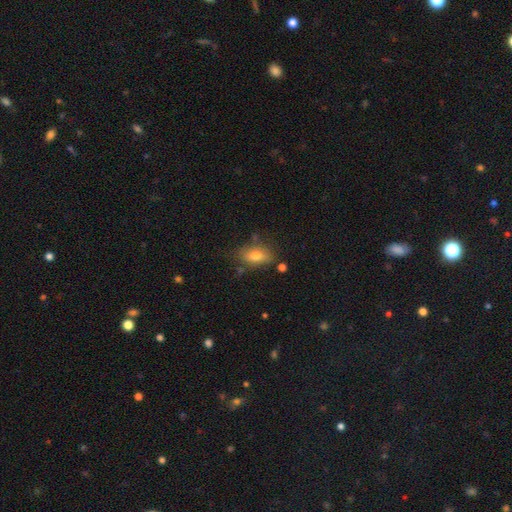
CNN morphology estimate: This is likely a smooth galaxy (74%). How rounded: clearly in between (84%). Merging: likely none (70%).